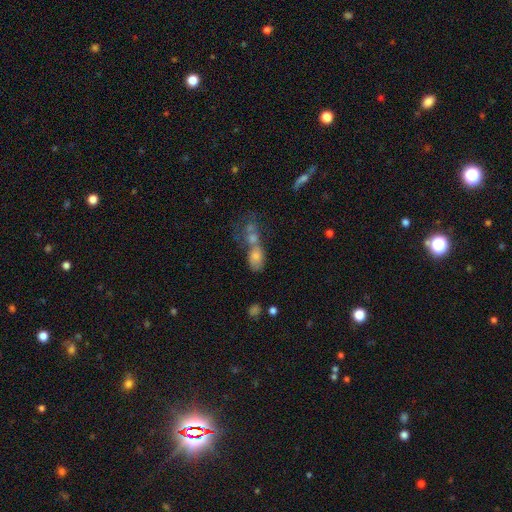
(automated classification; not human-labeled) smooth 70%, featured or disk 20%, star or artifact 11%. Down the decision tree: how rounded — in between (80%); merging — merger (66%).